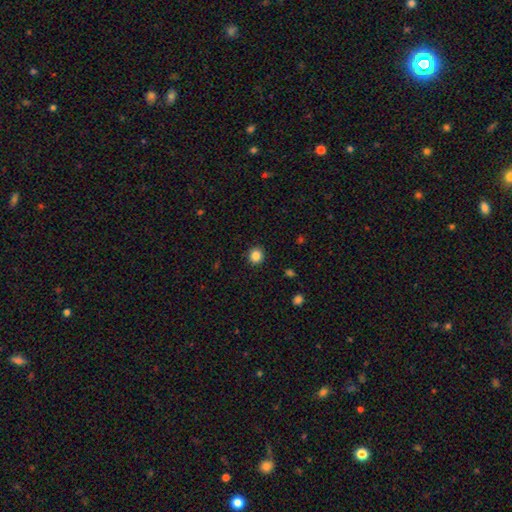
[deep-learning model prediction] Smooth or featured? smooth (85%)
How rounded? round (90%)
Merging? none (92%)